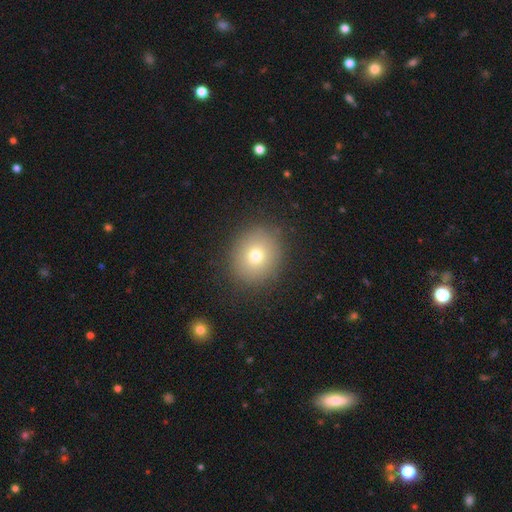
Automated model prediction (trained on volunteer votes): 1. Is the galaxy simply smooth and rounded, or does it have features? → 74% smooth, 13% star or artifact, 13% featured or disk.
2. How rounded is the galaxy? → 72% round, 27% in between, 1% cigar-shaped.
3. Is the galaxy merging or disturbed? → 87% none, 8% minor disturbance, 3% major disturbance, 1% merger.